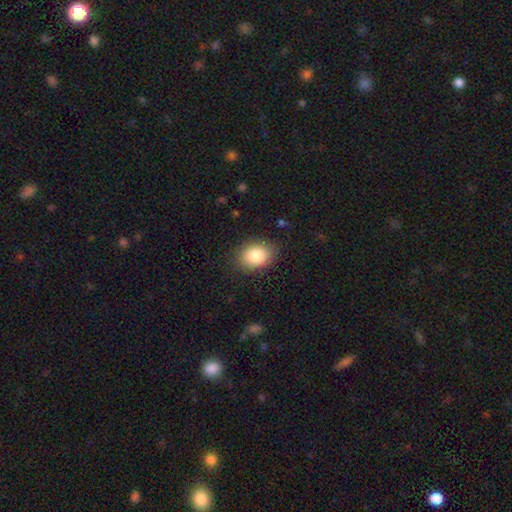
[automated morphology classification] Smooth or featured?
  - smooth: 86% *
  - star or artifact: 8%
  - featured or disk: 6%
How rounded?
  - in between: 74% *
  - round: 25%
  - cigar-shaped: 1%
Merging?
  - none: 85% *
  - minor disturbance: 11%
  - major disturbance: 3%
  - merger: 1%